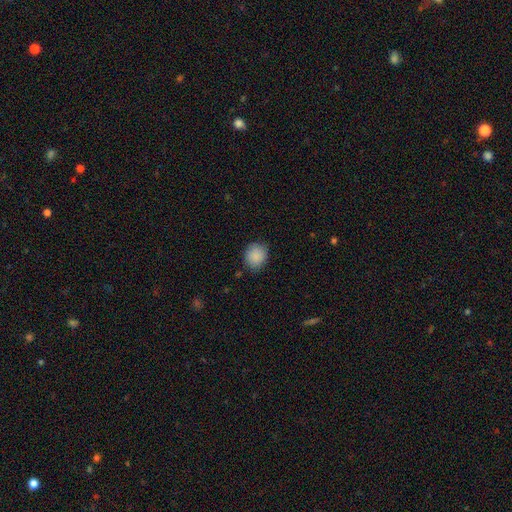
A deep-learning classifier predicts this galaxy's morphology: Smooth or featured? Predicted: smooth (p=0.89). How rounded? Predicted: round (p=0.77). Merging? Predicted: none (p=0.82).